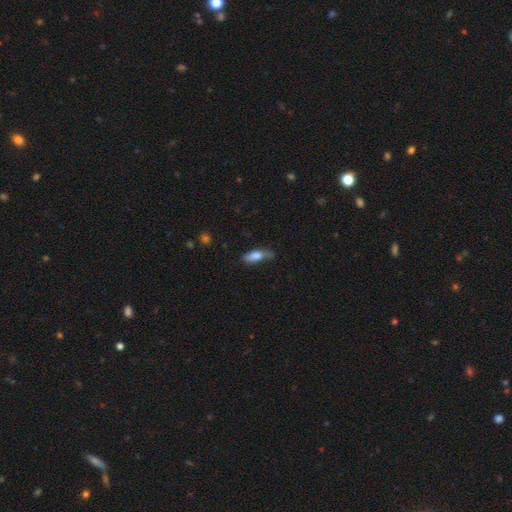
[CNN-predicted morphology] A smooth galaxy with no disk features (78%) that is in between round and cigar-shaped (61%).

Vote fractions:
- Smooth or featured? smooth: 78% / featured or disk: 15% / star or artifact: 7%
- How rounded? in between: 61% / cigar-shaped: 37% / round: 2%
- Merging? none: 54% / minor disturbance: 33% / major disturbance: 10% / merger: 3%